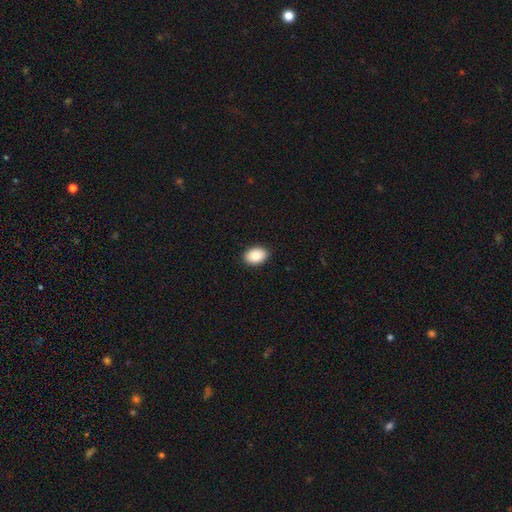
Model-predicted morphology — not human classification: The model was most divided on "how rounded": in between: 85%, round: 14%, cigar-shaped: 1%. More confident: merging — none (91%); smooth or featured — smooth (90%).